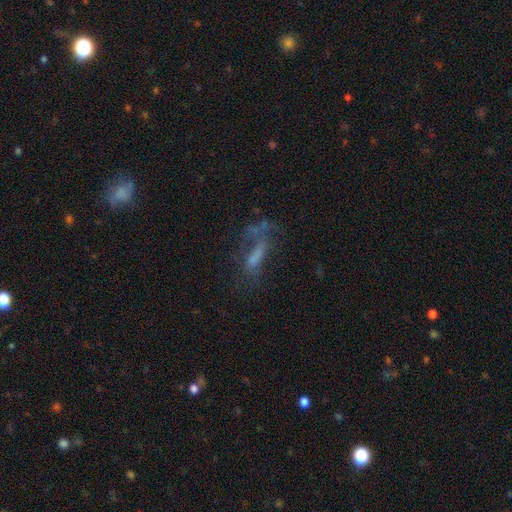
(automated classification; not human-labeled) Smooth or featured? Predicted: featured or disk (p=0.42). Merging? Predicted: major disturbance (p=0.37, tied with none).